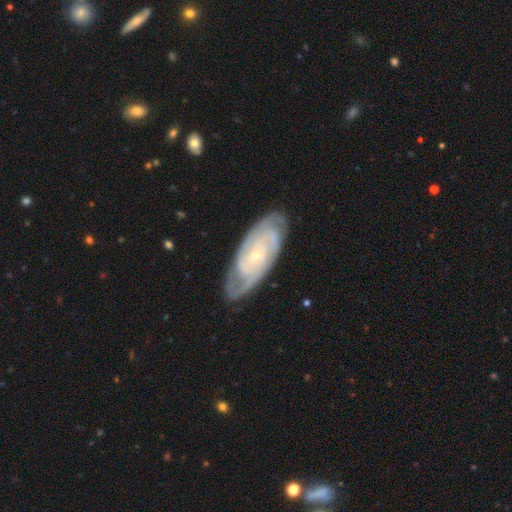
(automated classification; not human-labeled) Smooth or featured? Predicted: featured or disk (p=0.87). Edge-on disk? Predicted: no (p=0.94). Bar? Predicted: no (p=0.67). Spiral arms? Predicted: yes (p=0.97). Spiral winding? Predicted: tight (p=0.72). Spiral arm count? Predicted: 2 (p=0.30). Bulge size? Predicted: small (p=0.81). Merging? Predicted: none (p=0.80).